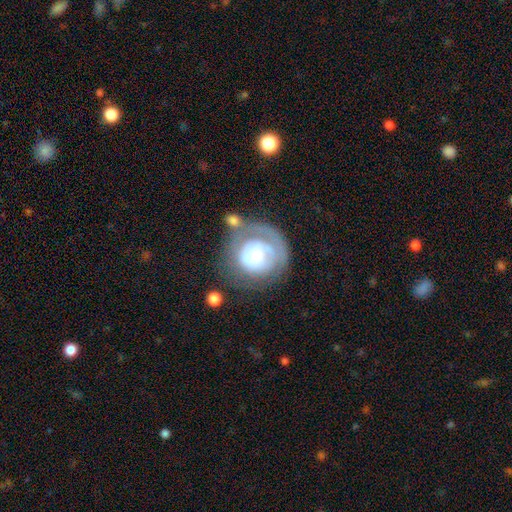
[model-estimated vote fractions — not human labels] The model was most divided on "spiral arms": yes: 53%, no: 47%. Remaining: edge-on disk — no (97%); bar — no (78%); smooth or featured — featured or disk (57%); merging — none (46%); bulge size — moderate (45%).